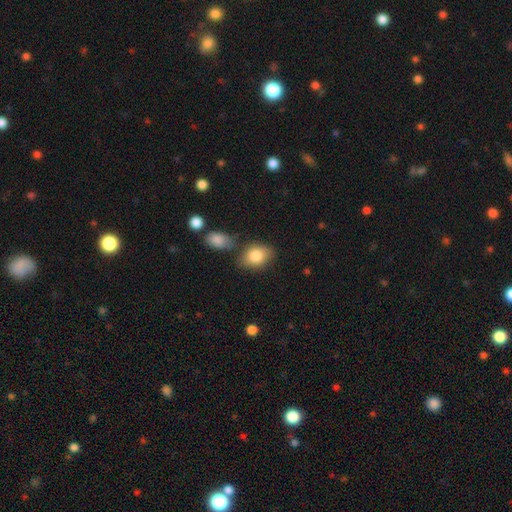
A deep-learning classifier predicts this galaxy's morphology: A smooth galaxy with no disk features (84%) that is in between round and cigar-shaped (80%). Merging: none (68%).